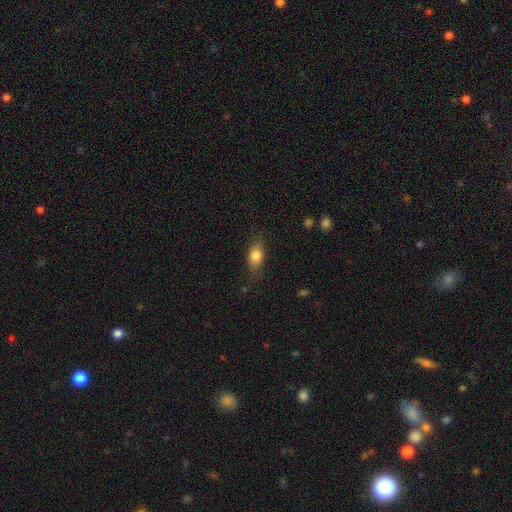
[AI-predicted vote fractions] This is likely a smooth galaxy (78%). How rounded: clearly in between (80%). Merging: likely none (75%).